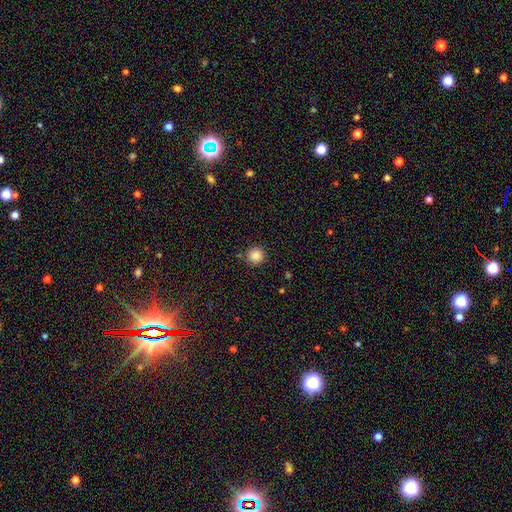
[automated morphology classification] Smooth or featured?
  - smooth: 85% *
  - star or artifact: 11%
  - featured or disk: 4%
How rounded?
  - round: 96% *
  - in between: 3%
  - cigar-shaped: 1%
Merging?
  - none: 89% *
  - minor disturbance: 7%
  - merger: 2%
  - major disturbance: 2%